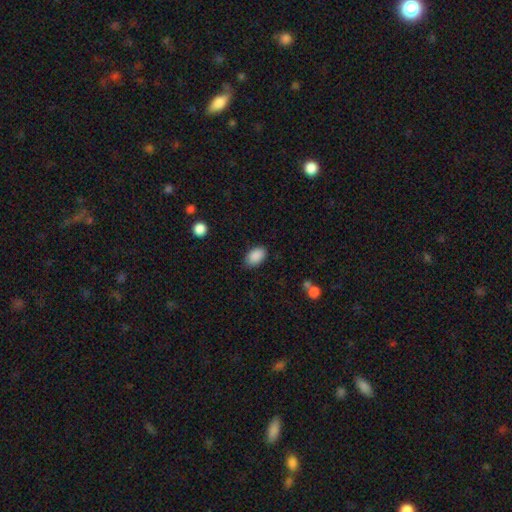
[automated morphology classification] smooth_or_featured: smooth (p=0.89) [alt: star or artifact p=0.07]
how_rounded: in between (p=0.90) [alt: round p=0.08]
merging: none (p=0.82) [alt: minor disturbance p=0.14]